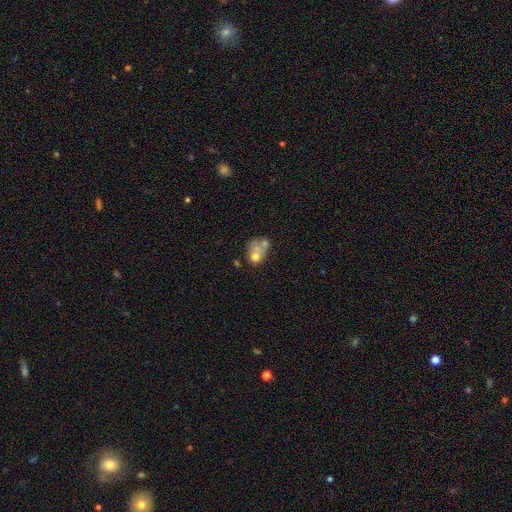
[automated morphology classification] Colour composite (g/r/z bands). It shows a smooth galaxy with no disk features (56%) that is in between round and cigar-shaped (55%). Merging: merger (47%).